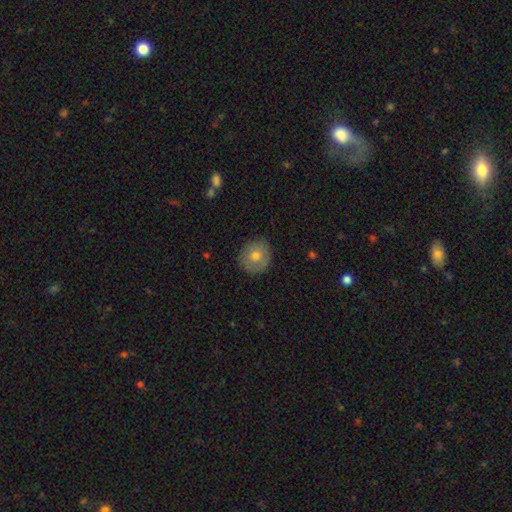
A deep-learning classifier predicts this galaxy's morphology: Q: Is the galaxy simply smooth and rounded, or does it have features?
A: smooth — 66%.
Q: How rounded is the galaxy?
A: round — 87%.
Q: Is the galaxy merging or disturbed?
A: none — 83%.